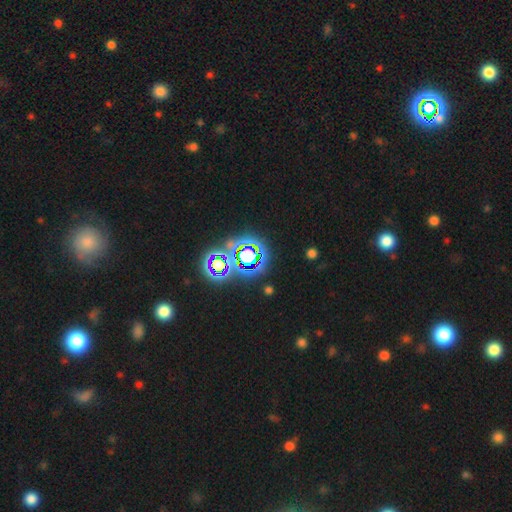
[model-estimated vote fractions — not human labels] This is likely a star or artifact rather than a galaxy (66%).